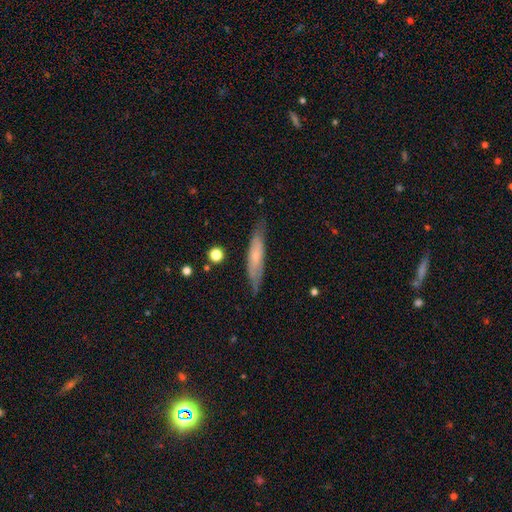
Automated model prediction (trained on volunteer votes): Overall: smooth (49%; featured or disk 44%). Merging: none (75%).